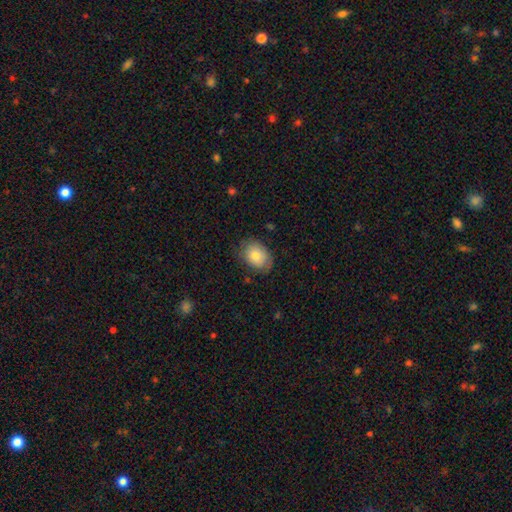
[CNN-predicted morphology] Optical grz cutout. It shows a smooth galaxy with no disk features (77%) that is in between round and cigar-shaped (72%). Merging: none (75%).